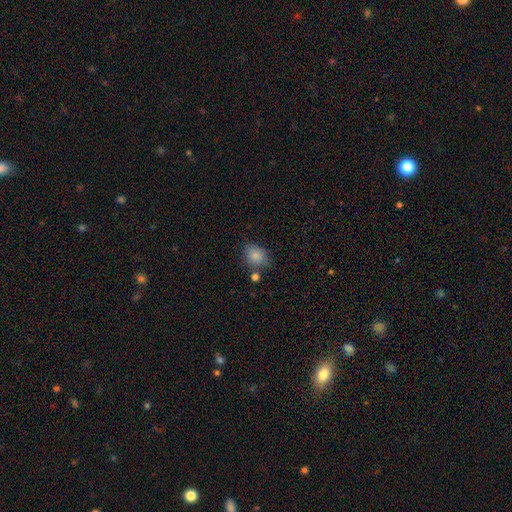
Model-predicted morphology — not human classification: smooth-or-featured: smooth: 84% | star or artifact: 9% | featured or disk: 6%
  how-rounded: round: 53% | in between: 46% | cigar-shaped: 1%
  merging: none: 70% | minor disturbance: 18% | merger: 8% | major disturbance: 5%